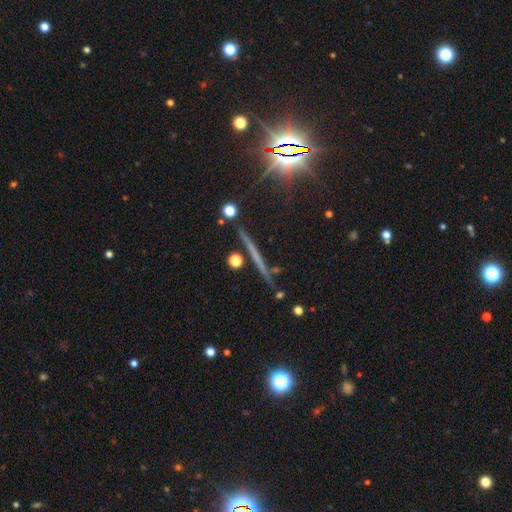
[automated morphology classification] Smooth or featured? Predicted: featured or disk (p=0.53). Edge-on disk? Predicted: yes (p=0.96). Edge-on bulge? Predicted: none (p=0.77). Merging? Predicted: none (p=0.86).